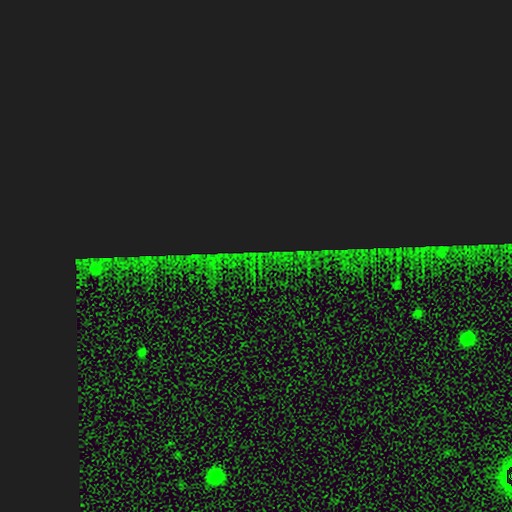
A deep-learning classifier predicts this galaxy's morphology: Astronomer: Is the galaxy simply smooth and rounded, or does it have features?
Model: star or artifact — 87%.